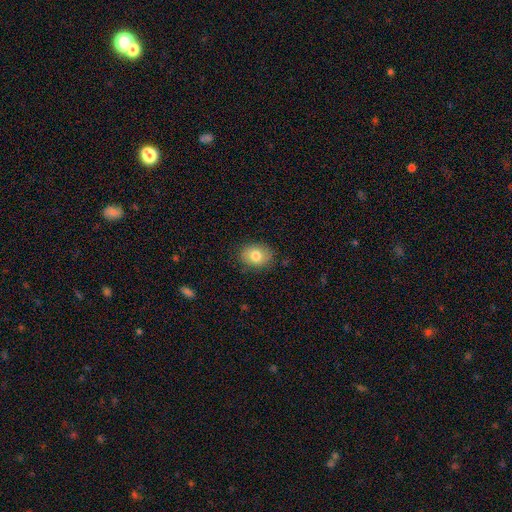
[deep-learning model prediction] Overall: smooth (81%). How rounded: in between (62%; round 37%). Merging: none (85%).